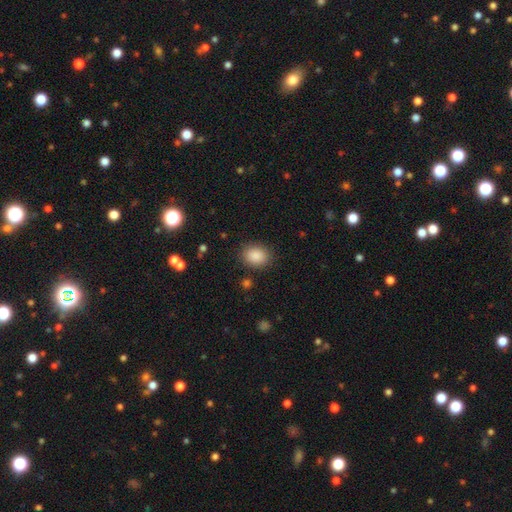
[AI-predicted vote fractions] Smooth or featured: smooth — 88% (star or artifact — 8%)
How rounded: in between — 55% (round — 44%)
Merging: none — 86% (minor disturbance — 10%)